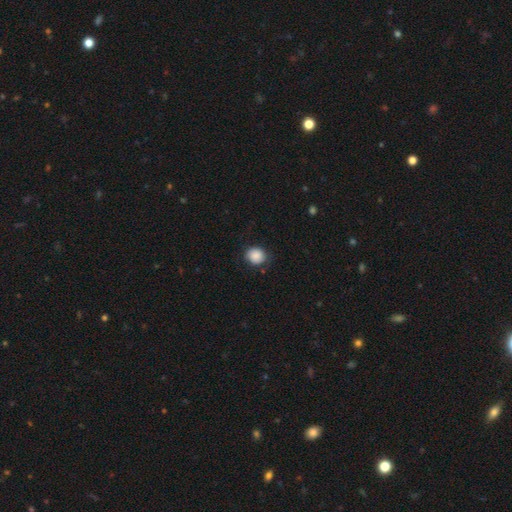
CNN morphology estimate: Smooth or featured: smooth — 87% (star or artifact — 8%)
How rounded: round — 82% (in between — 17%)
Merging: none — 81% (minor disturbance — 14%)